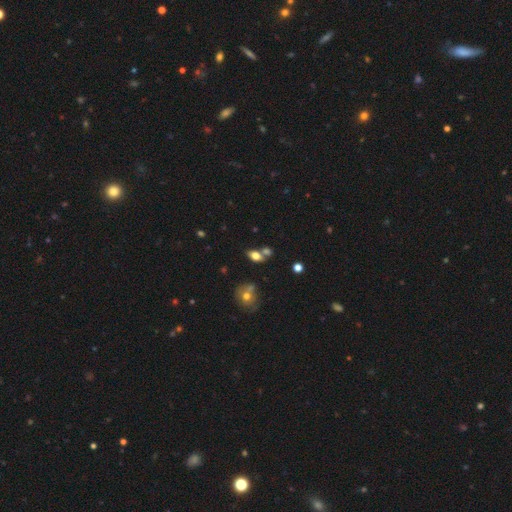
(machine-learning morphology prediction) A smooth galaxy with no disk features (72%) that is in between round and cigar-shaped (84%).

Vote fractions:
- Smooth or featured? smooth: 72% / featured or disk: 16% / star or artifact: 12%
- How rounded? in between: 84% / round: 11% / cigar-shaped: 5%
- Merging? none: 50% / merger: 33% / minor disturbance: 13% / major disturbance: 5%